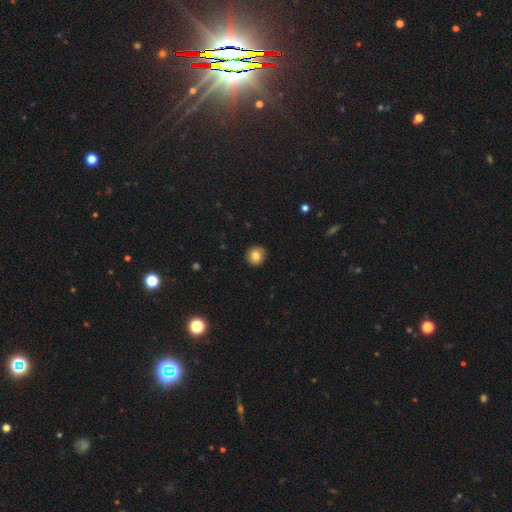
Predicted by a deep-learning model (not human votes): Overall: smooth (82%). How rounded: round (93%). Merging: none (88%).